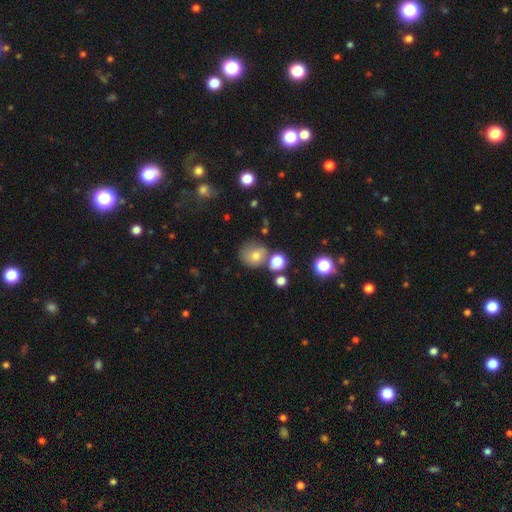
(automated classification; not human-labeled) Overall: smooth (42%; star or artifact 41%). Merging: none (62%).